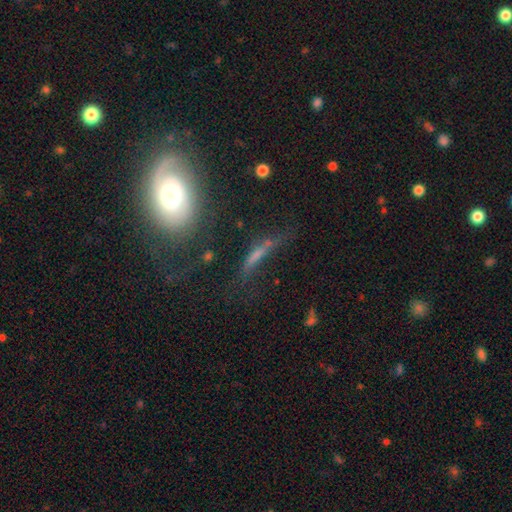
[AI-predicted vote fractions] This appears to be a smooth galaxy with no disk features (43%). Merging: none (49%).